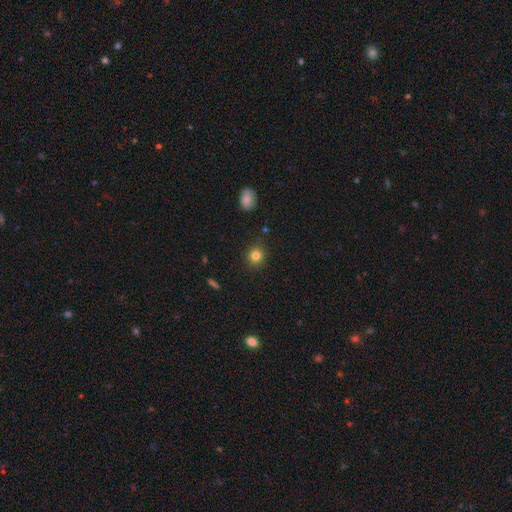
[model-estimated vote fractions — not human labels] Smooth or featured: smooth — 82% (star or artifact — 12%)
How rounded: round — 87% (in between — 11%)
Merging: none — 88% (minor disturbance — 8%)